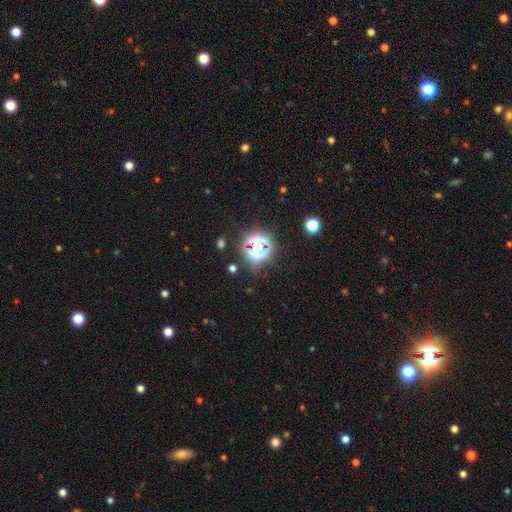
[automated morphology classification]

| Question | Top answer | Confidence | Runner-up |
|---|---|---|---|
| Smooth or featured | star or artifact | 78% | smooth (16%) |